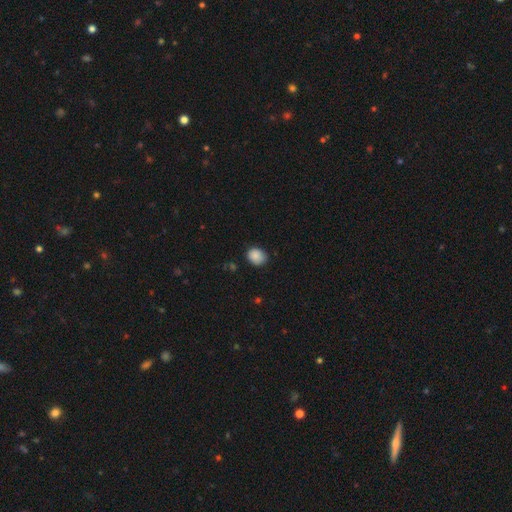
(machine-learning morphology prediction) The model was most divided on "how rounded": round: 57%, in between: 43%, cigar-shaped: 1%. More confident: smooth or featured — smooth (88%); merging — none (80%).